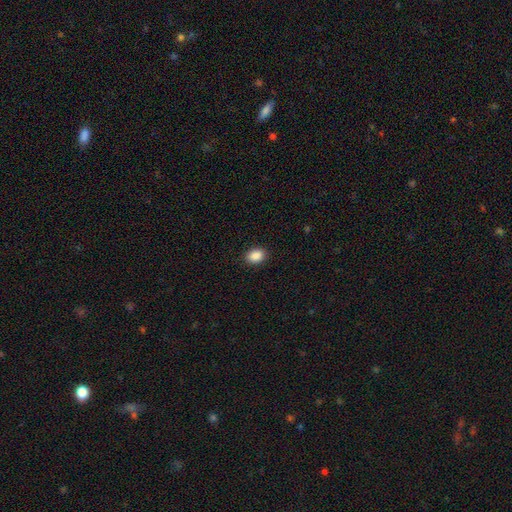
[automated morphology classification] Overall: smooth (89%). How rounded: in between (74%). Merging: none (89%).